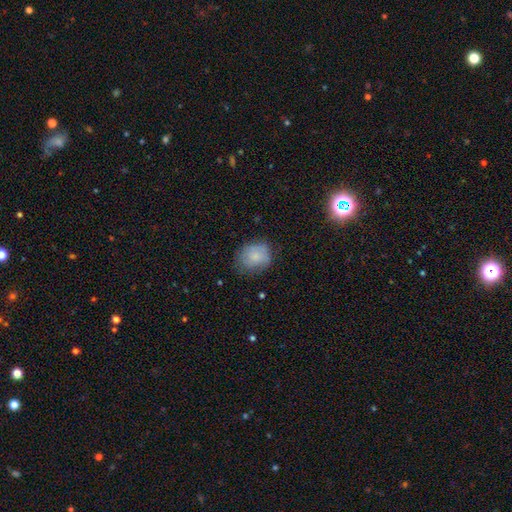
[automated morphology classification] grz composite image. It shows a smooth galaxy with no disk features (74%) that is round (60%). Merging: none (64%).